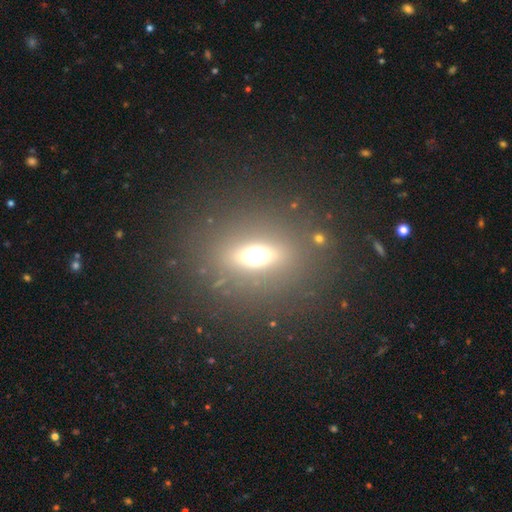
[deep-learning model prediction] Smooth or featured?
  - smooth: 47% *
  - featured or disk: 31%
  - star or artifact: 22%
Merging?
  - none: 82% *
  - minor disturbance: 8%
  - major disturbance: 7%
  - merger: 3%